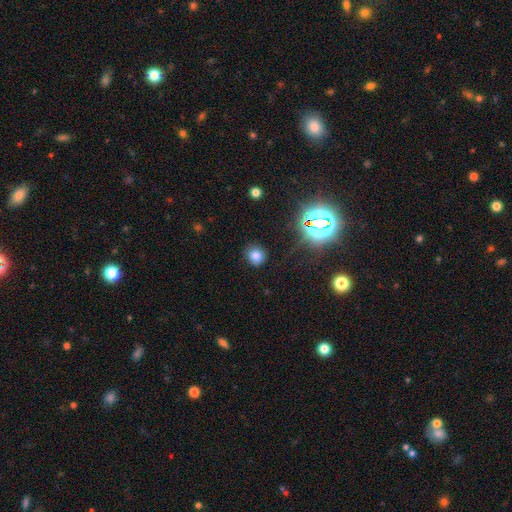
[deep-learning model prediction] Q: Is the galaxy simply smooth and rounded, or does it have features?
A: smooth — 76%.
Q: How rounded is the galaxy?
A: round — 83%.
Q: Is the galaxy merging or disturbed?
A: none — 86%.